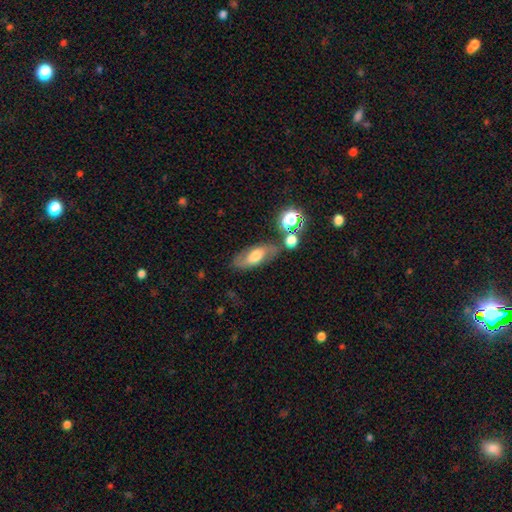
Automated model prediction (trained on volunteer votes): The model was most divided on "smooth or featured": smooth: 45%, featured or disk: 44%, star or artifact: 11%. More confident: merging — none (66%).